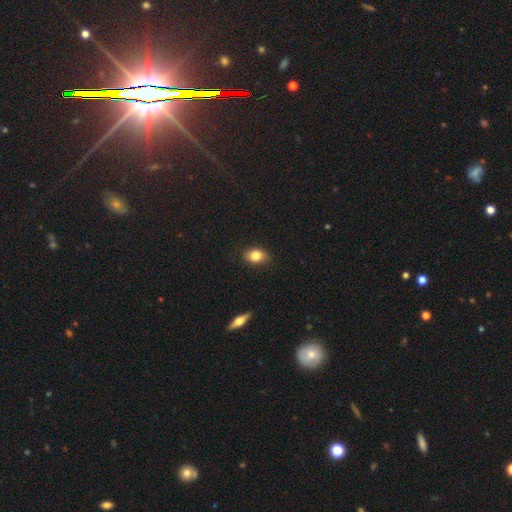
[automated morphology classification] smooth-or-featured: smooth: 82% | star or artifact: 9% | featured or disk: 8%
  how-rounded: in between: 69% | round: 29% | cigar-shaped: 2%
  merging: none: 85% | minor disturbance: 11% | major disturbance: 2% | merger: 1%